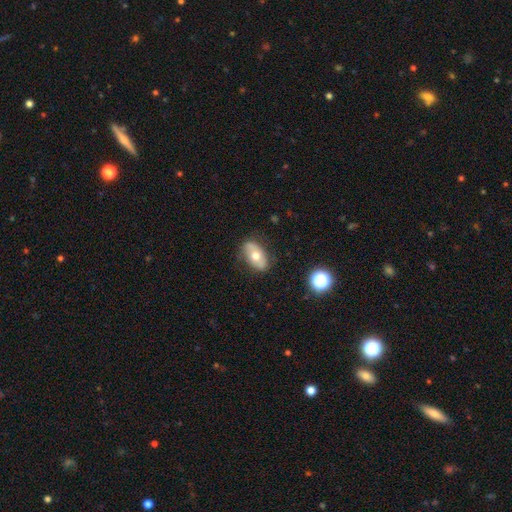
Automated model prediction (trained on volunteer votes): This appears to be a smooth galaxy with no disk features (54%) that is in between round and cigar-shaped (89%). Merging: none (78%).